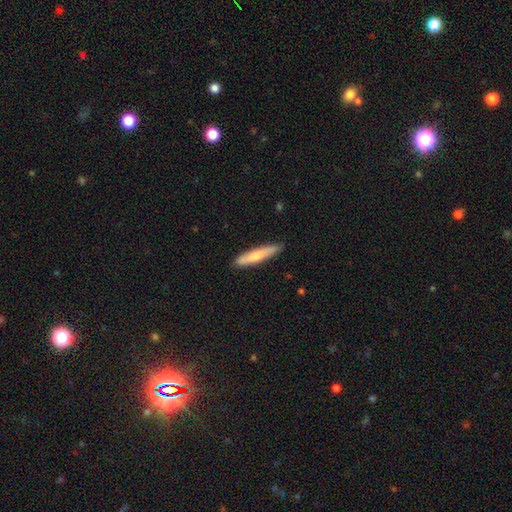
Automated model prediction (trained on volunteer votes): Smooth or featured? smooth (71%)
How rounded? cigar-shaped (89%)
Merging? none (86%)